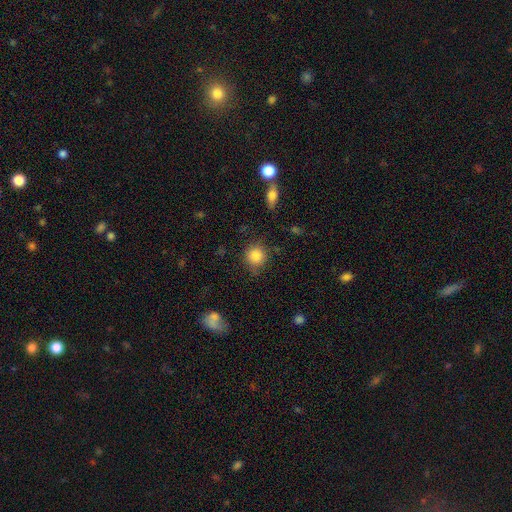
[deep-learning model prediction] smooth 85%, star or artifact 9%, featured or disk 5%. Down the decision tree: how rounded — round (88%); merging — none (79%).